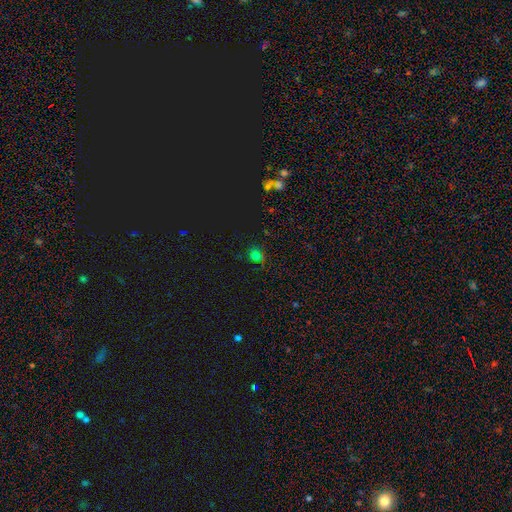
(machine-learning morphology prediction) Smooth or featured?
  - smooth: 57% *
  - star or artifact: 34%
  - featured or disk: 9%
How rounded?
  - round: 79% *
  - in between: 20%
  - cigar-shaped: 1%
Merging?
  - none: 68% *
  - minor disturbance: 19%
  - major disturbance: 9%
  - merger: 4%